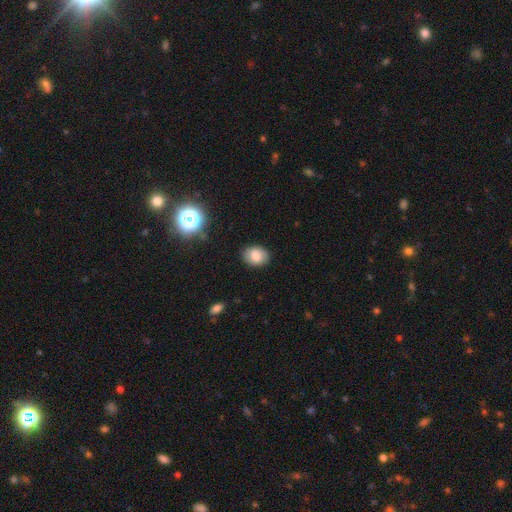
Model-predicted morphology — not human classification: Smooth or featured? smooth (76%)
How rounded? in between (65%)
Merging? none (85%)